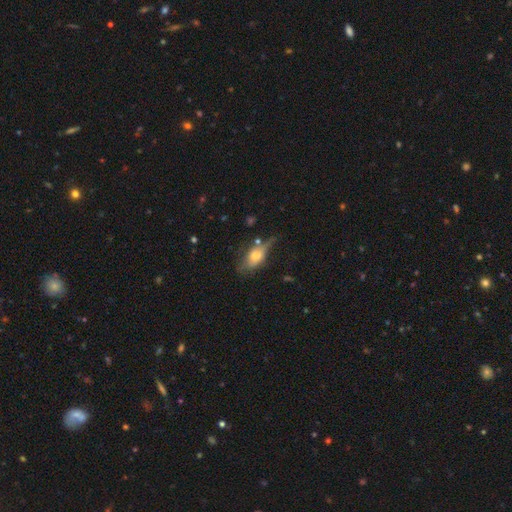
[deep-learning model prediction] A smooth galaxy with no disk features (50%). Merging: none (51%).